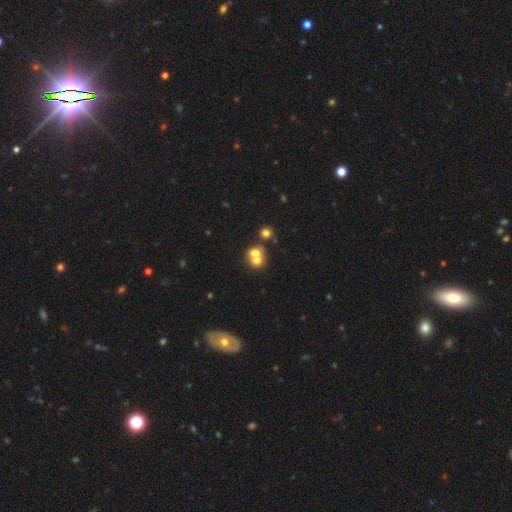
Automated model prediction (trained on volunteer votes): Smooth or featured? Predicted: smooth (p=0.65). How rounded? Predicted: round (p=0.71). Merging? Predicted: merger (p=0.64).